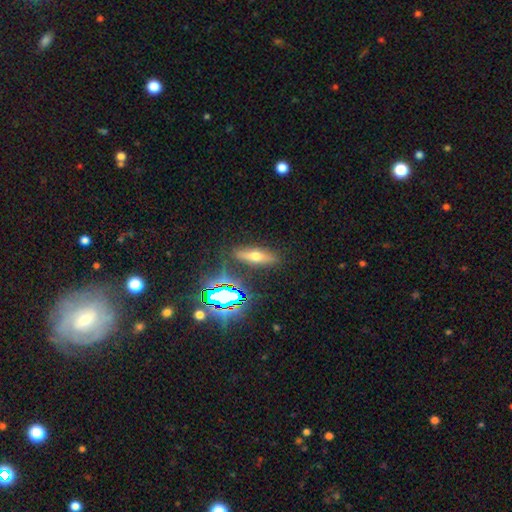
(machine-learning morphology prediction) Smooth or featured?
  - smooth: 41% *
  - featured or disk: 36%
  - star or artifact: 23%
Merging?
  - none: 85% *
  - minor disturbance: 9%
  - major disturbance: 3%
  - merger: 3%